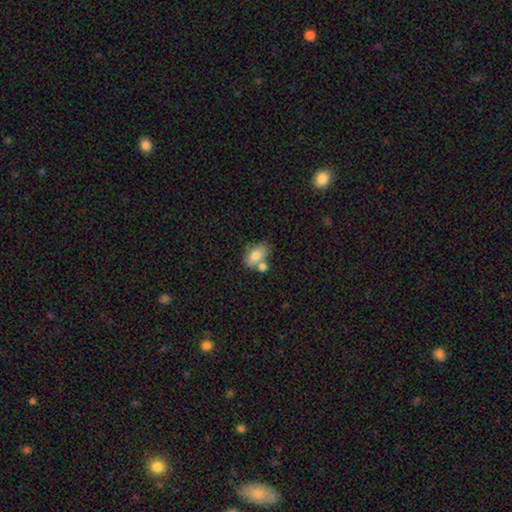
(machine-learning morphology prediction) Smooth or featured: smooth — 79% (featured or disk — 14%)
How rounded: in between — 87% (round — 11%)
Merging: none — 48% (merger — 33%)